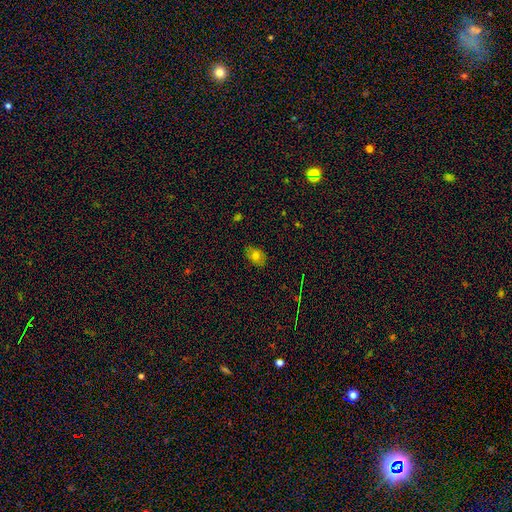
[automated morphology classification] smooth 73%, featured or disk 16%, star or artifact 12%. Down the decision tree: how rounded — in between (82%); merging — none (80%).